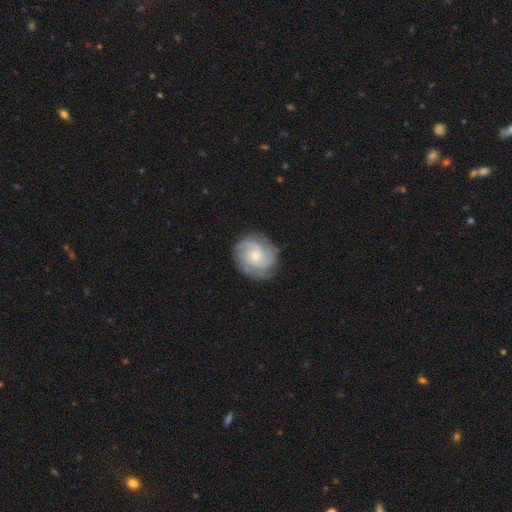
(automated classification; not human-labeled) Smooth or featured? featured or disk (86%)
Edge-on disk? no (98%)
Bar? no (71%)
Spiral arms? yes (98%)
Spiral winding? tight (54%)
Spiral arm count? 3 (51%)
Bulge size? small (68%)
Merging? none (80%)